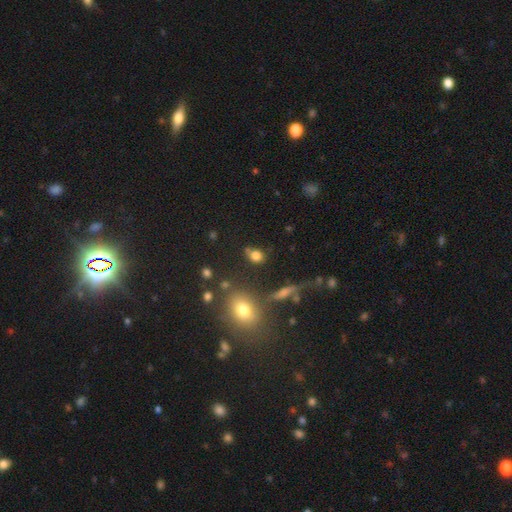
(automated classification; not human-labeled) Smooth or featured? smooth (76%)
How rounded? in between (57%)
Merging? none (55%)